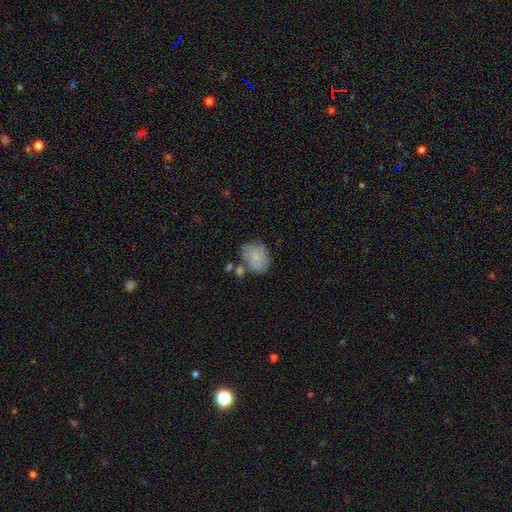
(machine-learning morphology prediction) Smooth or featured? Predicted: smooth (p=0.61). How rounded? Predicted: round (p=0.55). Merging? Predicted: none (p=0.58).